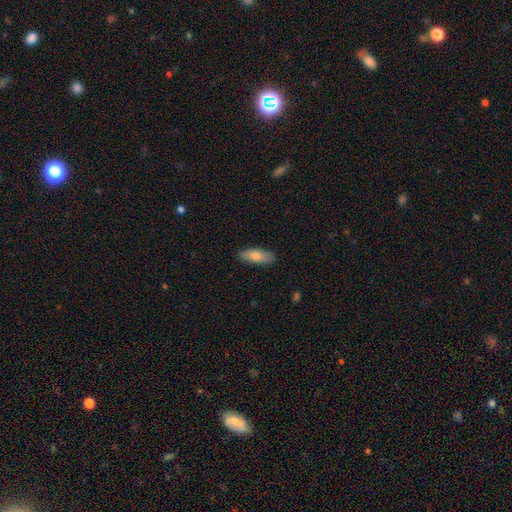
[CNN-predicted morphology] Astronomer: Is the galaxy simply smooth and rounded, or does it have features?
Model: smooth — 79%.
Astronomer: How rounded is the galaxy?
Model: in between — 70%.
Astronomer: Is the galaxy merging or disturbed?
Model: none — 86%.